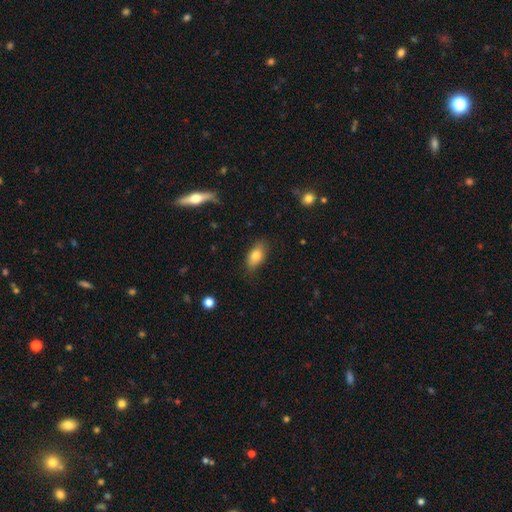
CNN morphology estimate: Smooth or featured? smooth (79%)
How rounded? in between (87%)
Merging? none (81%)